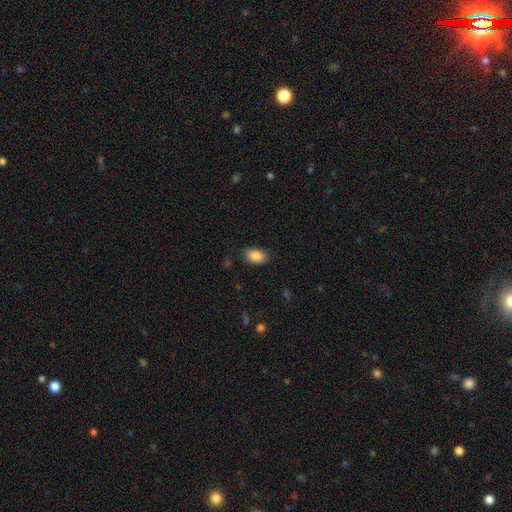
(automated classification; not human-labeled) This is clearly a smooth galaxy (87%). How rounded: clearly in between (90%). Merging: clearly none (84%).